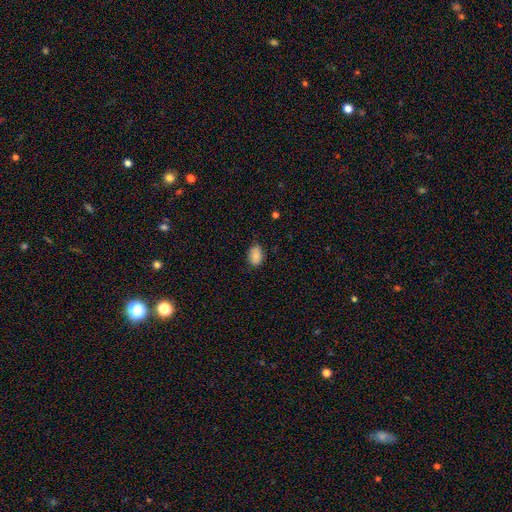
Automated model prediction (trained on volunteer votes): Smooth or featured: smooth — 86% (star or artifact — 8%)
How rounded: in between — 78% (round — 20%)
Merging: none — 69% (minor disturbance — 25%)